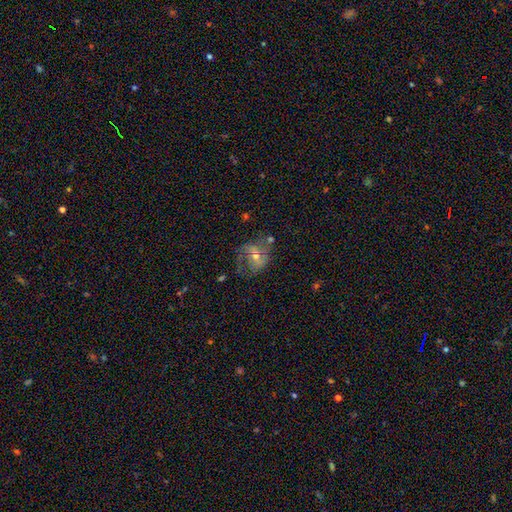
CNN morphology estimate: Smooth or featured? Predicted: featured or disk (p=0.63). Edge-on disk? Predicted: no (p=0.97). Bar? Predicted: no (p=0.42). Spiral arms? Predicted: yes (p=0.75). Bulge size? Predicted: moderate (p=0.48). Merging? Predicted: none (p=0.43).